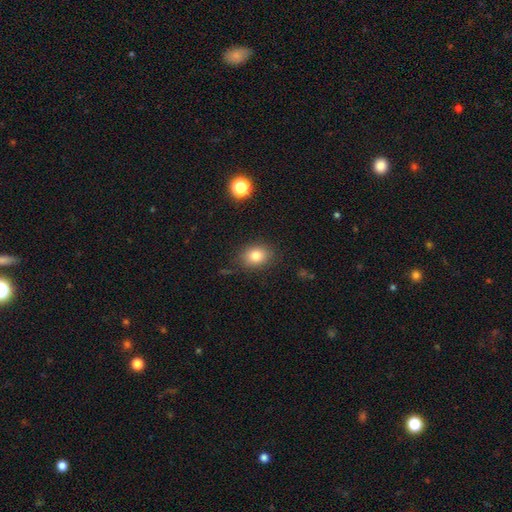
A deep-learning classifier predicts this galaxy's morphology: Smooth or featured: smooth — 82% (star or artifact — 10%)
How rounded: in between — 58% (round — 41%)
Merging: none — 84% (minor disturbance — 11%)